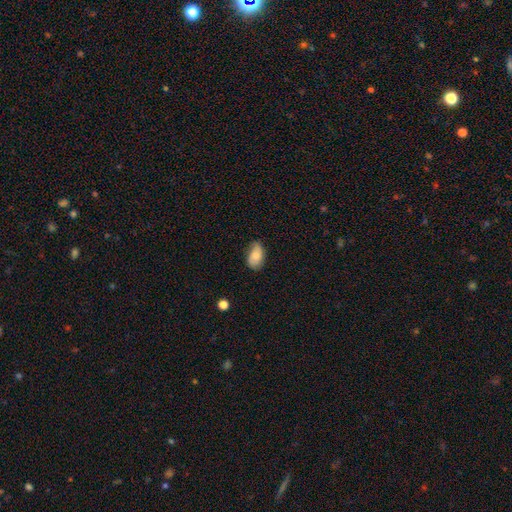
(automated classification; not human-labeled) smooth 75%, featured or disk 18%, star or artifact 7%. Down the decision tree: how rounded — in between (91%); merging — none (62%).